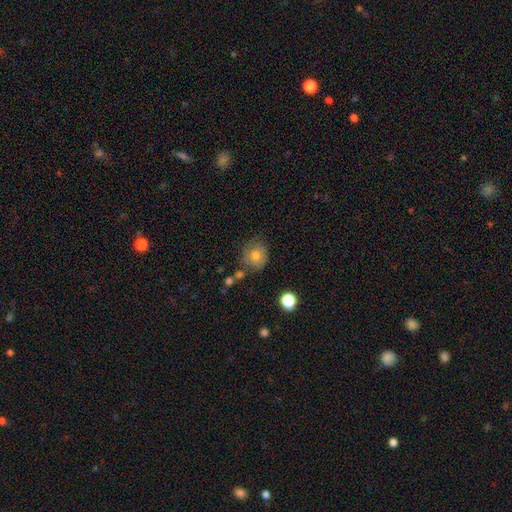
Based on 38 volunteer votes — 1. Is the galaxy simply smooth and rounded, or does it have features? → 74% smooth, 21% featured or disk, 5% star or artifact.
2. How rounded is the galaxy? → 96% round, 4% in between, 0% cigar-shaped.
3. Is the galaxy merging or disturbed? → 64% none, 19% minor disturbance, 11% merger, 6% major disturbance.